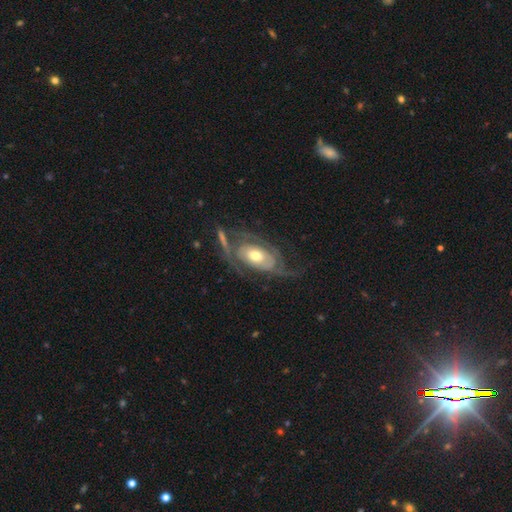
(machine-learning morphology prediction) type=featured or disk (80%); edge-on=no (94%); bar=no (75%); spiral arms=yes (83%); winding=tight (46%); arm count=2 (46%); bulge=moderate (66%); merging=none (46%).